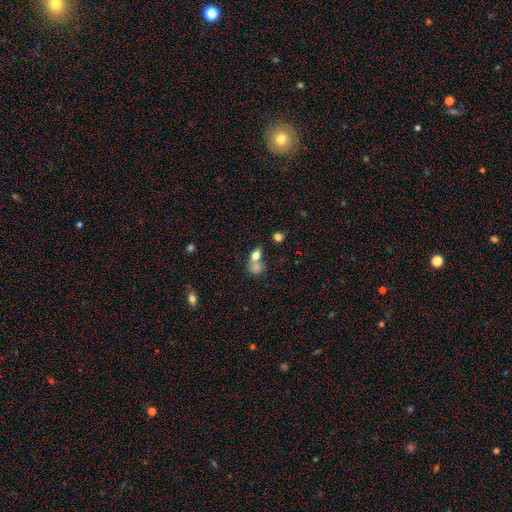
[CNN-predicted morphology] Smooth or featured: smooth — 75% (featured or disk — 14%)
How rounded: in between — 70% (round — 27%)
Merging: merger — 57% (none — 28%)